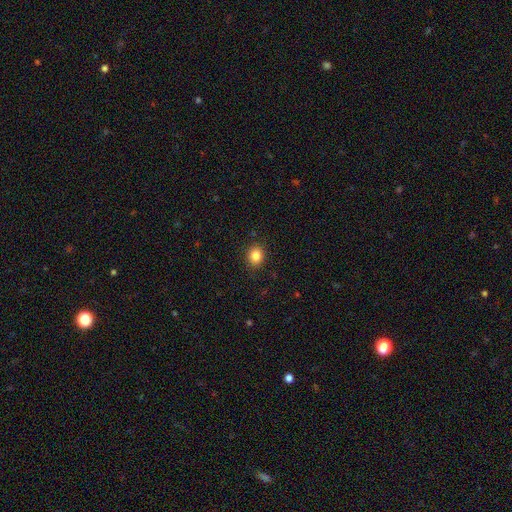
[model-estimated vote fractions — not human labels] Smooth or featured? Predicted: smooth (p=0.85). How rounded? Predicted: round (p=0.68). Merging? Predicted: none (p=0.89).